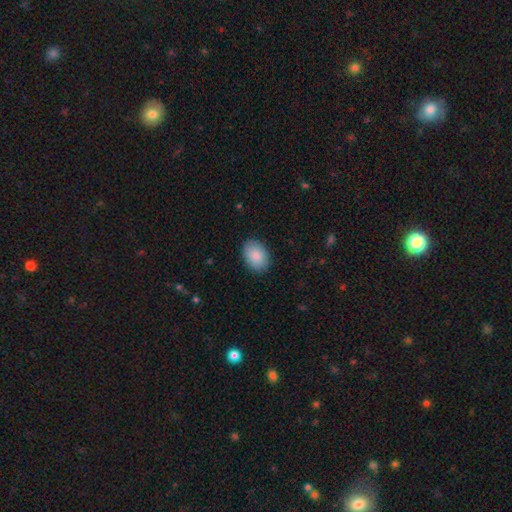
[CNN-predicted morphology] A smooth galaxy with no disk features (89%) that is in between round and cigar-shaped (82%).

Vote fractions:
- Smooth or featured? smooth: 89% / star or artifact: 6% / featured or disk: 5%
- How rounded? in between: 82% / round: 17% / cigar-shaped: 1%
- Merging? none: 87% / minor disturbance: 10% / major disturbance: 2% / merger: 1%